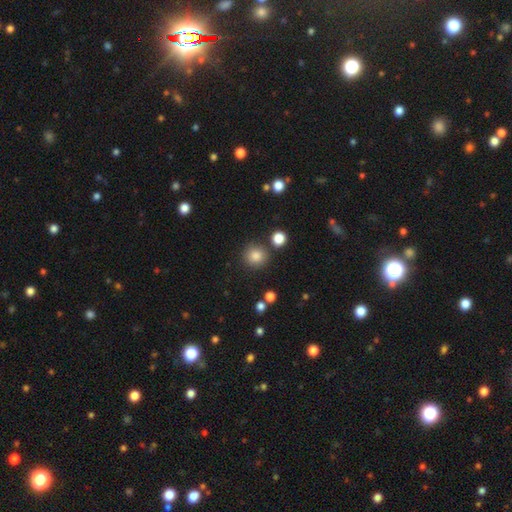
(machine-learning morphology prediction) Smooth or featured? smooth (84%)
How rounded? round (92%)
Merging? none (84%)